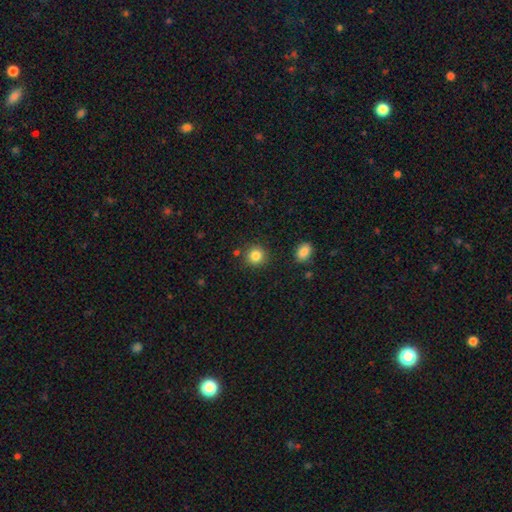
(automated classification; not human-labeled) smooth-or-featured: smooth: 85% | star or artifact: 10% | featured or disk: 5%
  how-rounded: round: 91% | in between: 8% | cigar-shaped: 1%
  merging: none: 87% | minor disturbance: 7% | merger: 4% | major disturbance: 2%